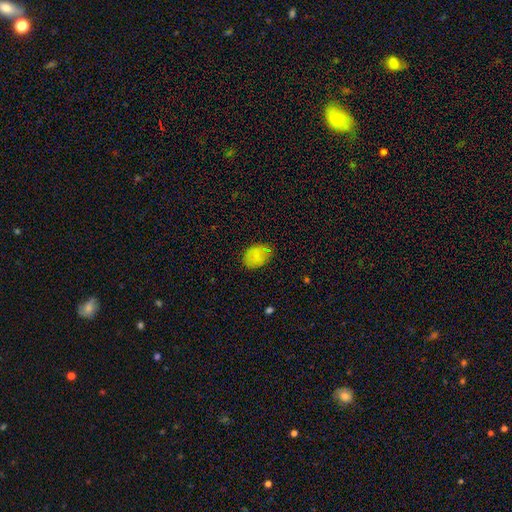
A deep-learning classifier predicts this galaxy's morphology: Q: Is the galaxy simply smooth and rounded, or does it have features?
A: smooth — 79%.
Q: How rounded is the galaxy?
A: in between — 71%.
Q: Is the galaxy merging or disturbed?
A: none — 72%.